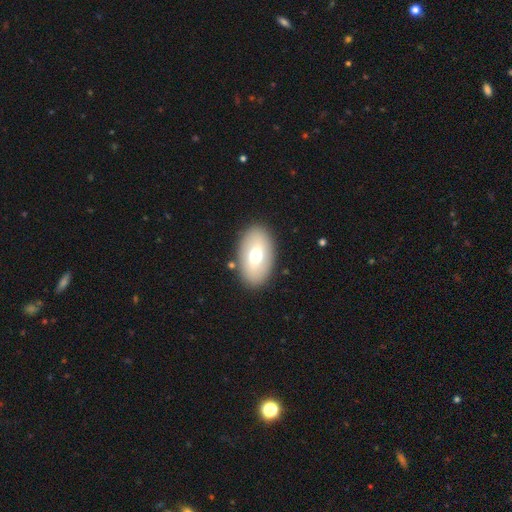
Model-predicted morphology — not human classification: This is likely a smooth galaxy (65%). How rounded: clearly in between (90%). Merging: clearly none (87%).